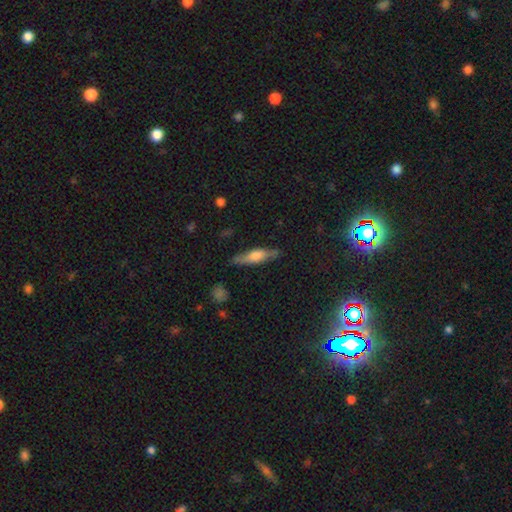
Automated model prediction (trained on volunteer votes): A smooth galaxy with no disk features (49%). Merging: none (81%).